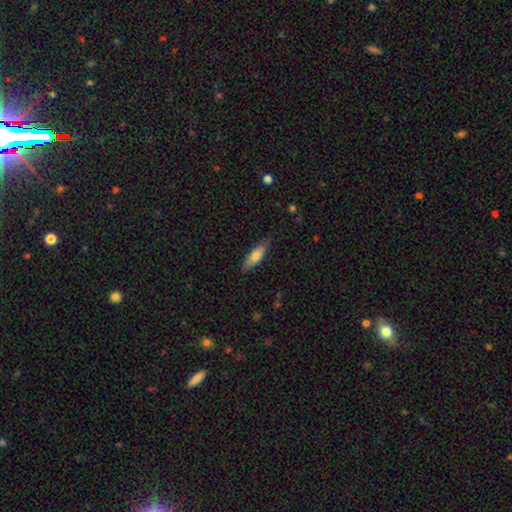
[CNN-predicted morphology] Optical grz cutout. It shows a smooth galaxy with no disk features (73%) that is in between round and cigar-shaped (57%). Merging: none (76%).